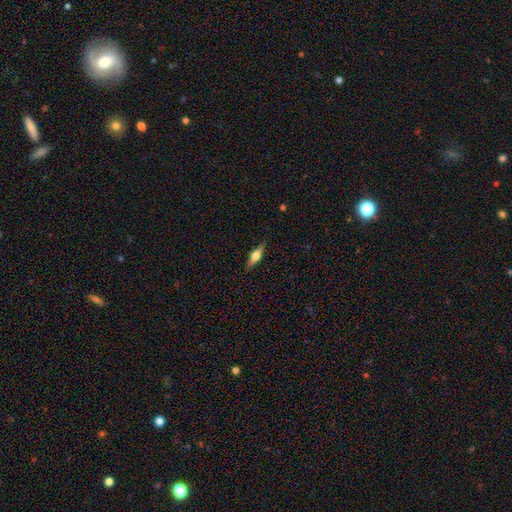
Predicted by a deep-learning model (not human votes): A featured or disk galaxy (51%) viewed edge-on (94%). Merging: none (86%).